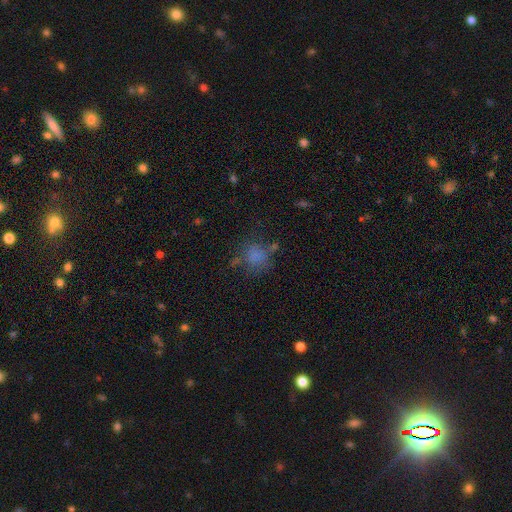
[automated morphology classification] A smooth galaxy with no disk features (73%) that is round (75%).

Vote fractions:
- Smooth or featured? smooth: 73% / star or artifact: 15% / featured or disk: 12%
- How rounded? round: 75% / in between: 24% / cigar-shaped: 1%
- Merging? none: 57% / minor disturbance: 21% / major disturbance: 14% / merger: 8%